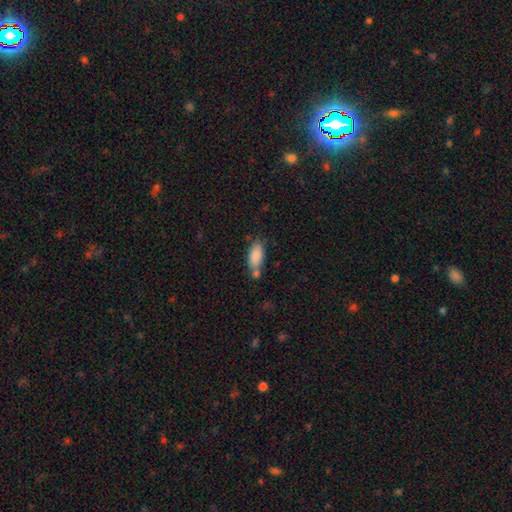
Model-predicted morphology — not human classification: This is clearly a smooth galaxy (85%). How rounded: clearly in between (88%). Merging: possibly none (53%).